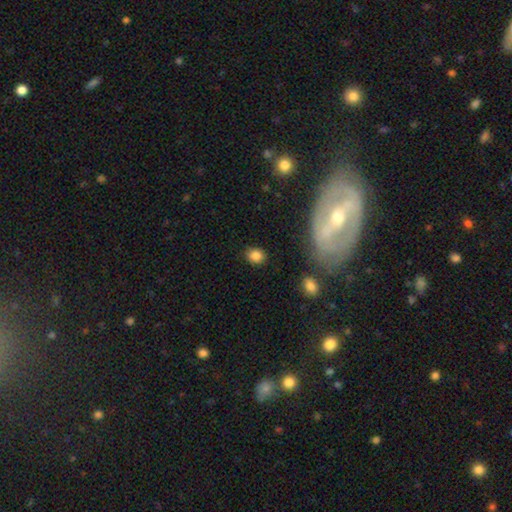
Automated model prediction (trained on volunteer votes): This appears to be a smooth galaxy with no disk features (84%) that is round (58%). Merging: none (86%).